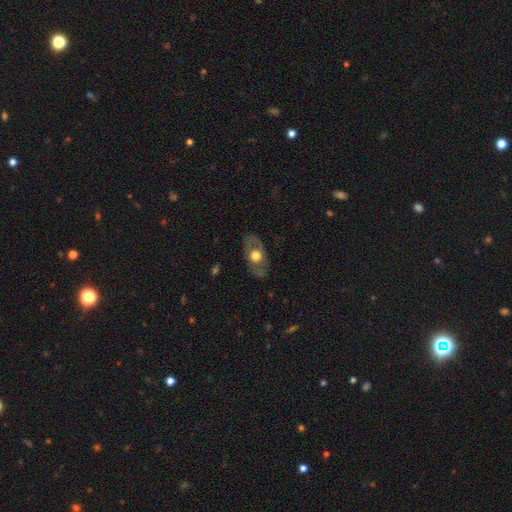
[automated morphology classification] This appears to be a featured or disk galaxy (54%). Merging: none (79%).